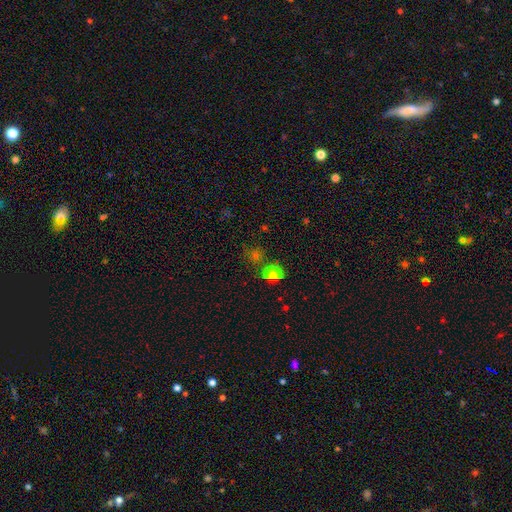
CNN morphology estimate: This is possibly a smooth galaxy (57%). How rounded: clearly round (87%). Merging: likely none (77%).